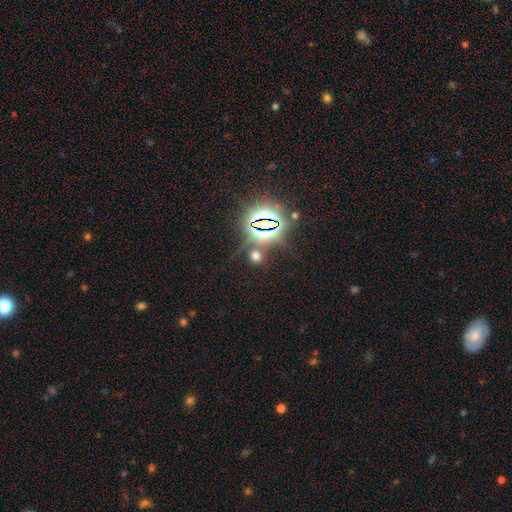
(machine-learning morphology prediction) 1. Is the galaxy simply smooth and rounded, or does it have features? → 46% smooth (tied), 46% star or artifact (tied), 7% featured or disk.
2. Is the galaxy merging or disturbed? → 76% none, 10% merger, 9% minor disturbance, 5% major disturbance.